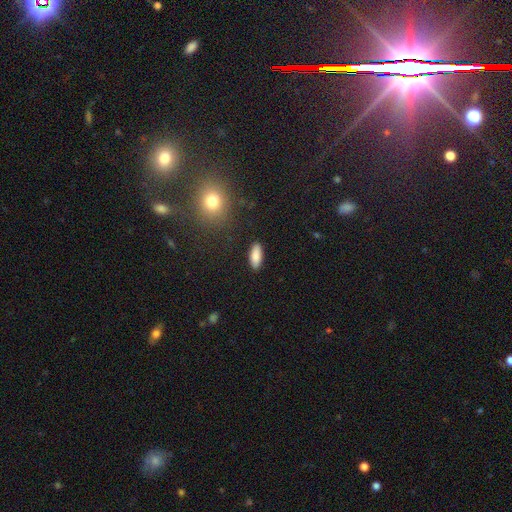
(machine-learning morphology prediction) Smooth or featured: smooth — 87% (featured or disk — 7%)
How rounded: in between — 76% (cigar-shaped — 22%)
Merging: none — 89% (minor disturbance — 8%)